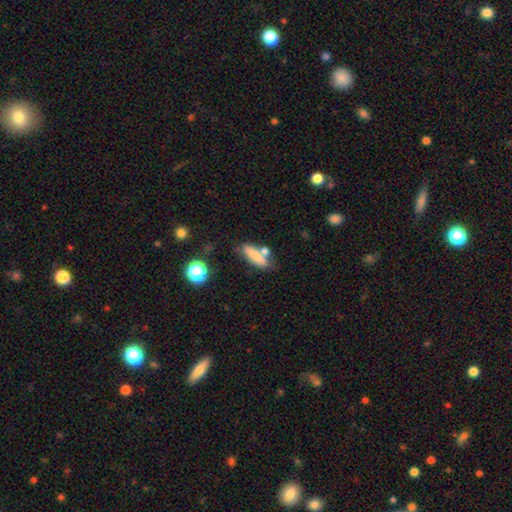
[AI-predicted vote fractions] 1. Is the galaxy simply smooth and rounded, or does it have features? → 75% smooth, 17% featured or disk, 9% star or artifact.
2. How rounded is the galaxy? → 50% cigar-shaped, 45% in between, 4% round.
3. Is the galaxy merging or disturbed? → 56% none, 21% merger, 17% minor disturbance, 6% major disturbance.